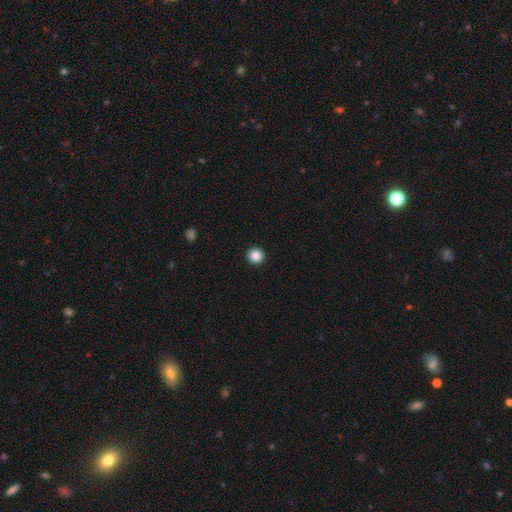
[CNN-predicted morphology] This appears to be a smooth galaxy with no disk features (87%) that is round (96%). Merging: none (94%).